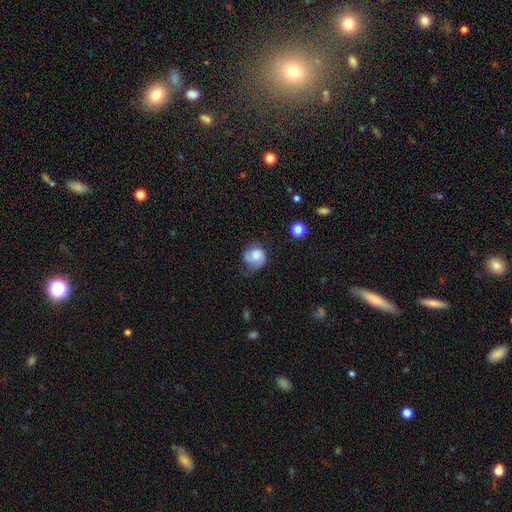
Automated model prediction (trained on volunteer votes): Morphology: type=smooth (63%); roundness=round (78%); merging=none (52%).